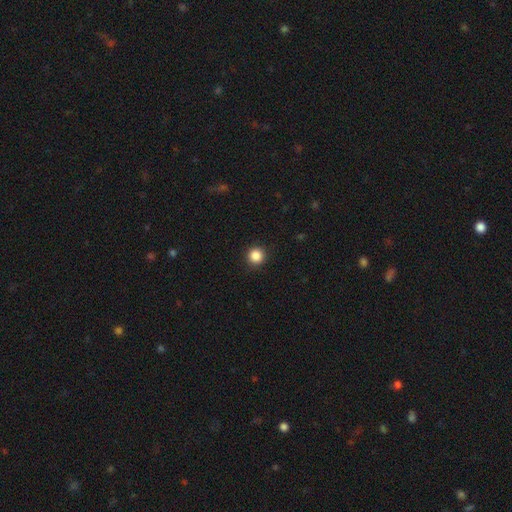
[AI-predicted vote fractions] The model was most divided on "smooth or featured": smooth: 87%, star or artifact: 11%, featured or disk: 3%. More confident: how rounded — round (95%); merging — none (93%).